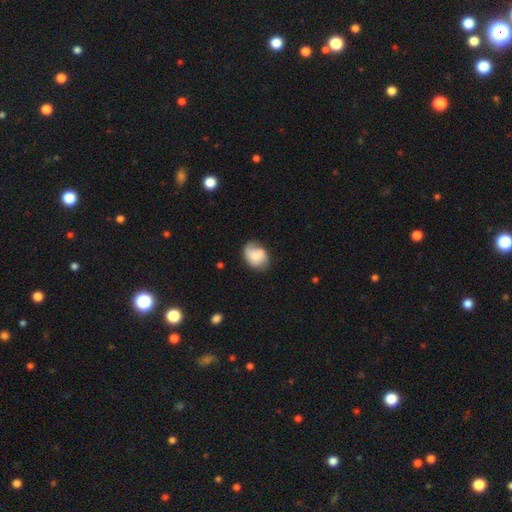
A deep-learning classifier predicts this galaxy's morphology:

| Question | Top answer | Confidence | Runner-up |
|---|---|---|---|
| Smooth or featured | smooth | 65% | featured or disk (27%) |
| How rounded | in between | 56% | round (43%) |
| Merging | none | 60% | minor disturbance (29%) |